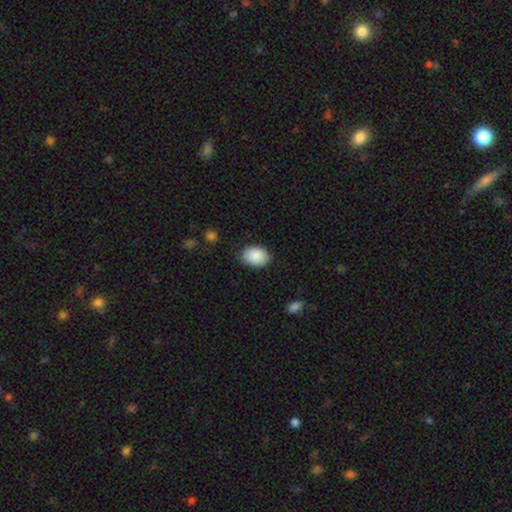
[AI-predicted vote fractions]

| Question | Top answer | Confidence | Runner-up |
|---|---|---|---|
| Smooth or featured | smooth | 89% | star or artifact (7%) |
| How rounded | in between | 74% | round (25%) |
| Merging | none | 80% | minor disturbance (16%) |